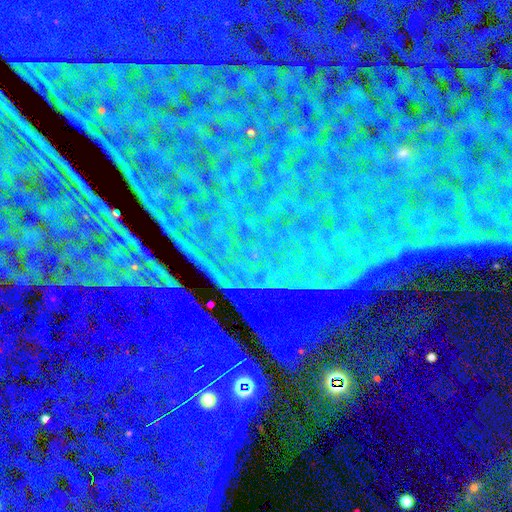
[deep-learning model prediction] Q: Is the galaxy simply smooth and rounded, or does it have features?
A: star or artifact — 88%.